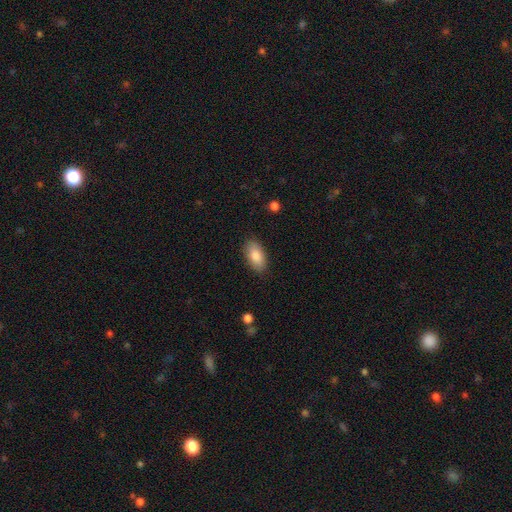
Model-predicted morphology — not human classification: smooth 85%, featured or disk 8%, star or artifact 6%. Down the decision tree: how rounded — in between (93%); merging — none (86%).